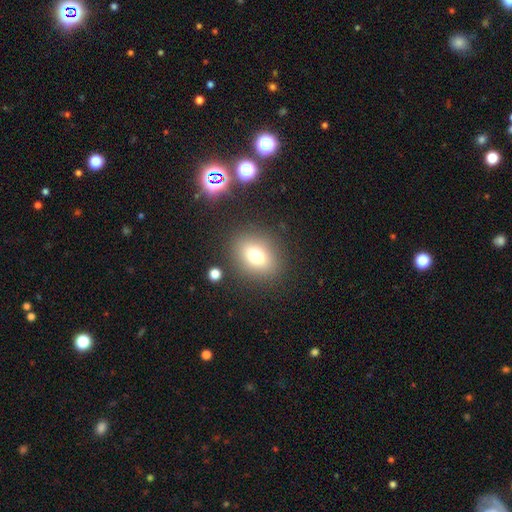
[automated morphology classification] type=smooth (73%); roundness=round (50%); merging=none (84%).